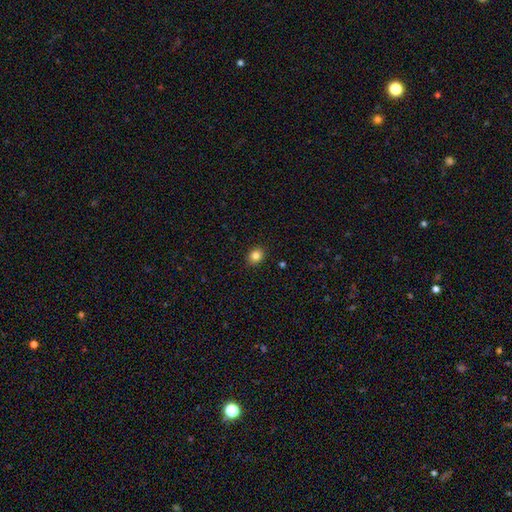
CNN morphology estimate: smooth_or_featured: smooth (p=0.84) [alt: star or artifact p=0.11]
how_rounded: round (p=0.65) [alt: in between p=0.34]
merging: none (p=0.90) [alt: minor disturbance p=0.08]